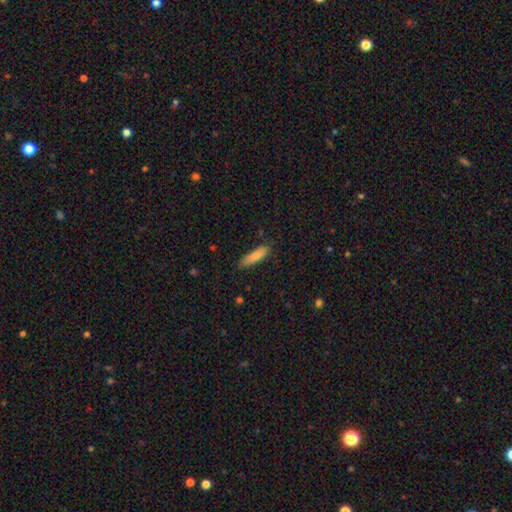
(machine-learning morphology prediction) Q: Smooth or featured?
A: smooth (84%); runner-up: featured or disk (10%)
Q: How rounded?
A: cigar-shaped (70%); runner-up: in between (29%)
Q: Merging?
A: none (80%); runner-up: minor disturbance (16%)